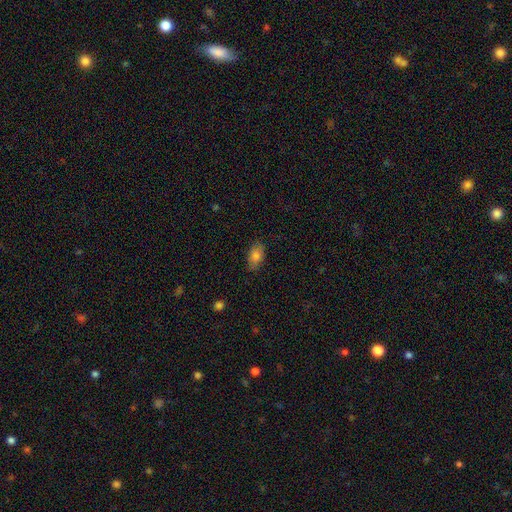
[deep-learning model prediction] smooth_or_featured: smooth (p=0.82) [alt: featured or disk p=0.10]
how_rounded: in between (p=0.91) [alt: round p=0.06]
merging: none (p=0.81) [alt: minor disturbance p=0.15]